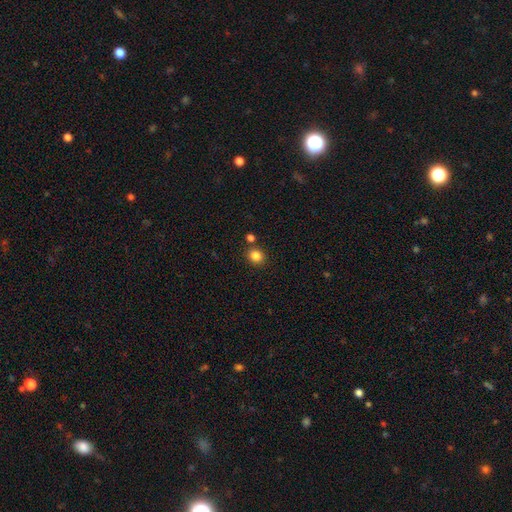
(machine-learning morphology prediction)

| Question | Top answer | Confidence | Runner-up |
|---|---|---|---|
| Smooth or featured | smooth | 84% | star or artifact (12%) |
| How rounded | round | 79% | in between (20%) |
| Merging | none | 81% | merger (9%) |